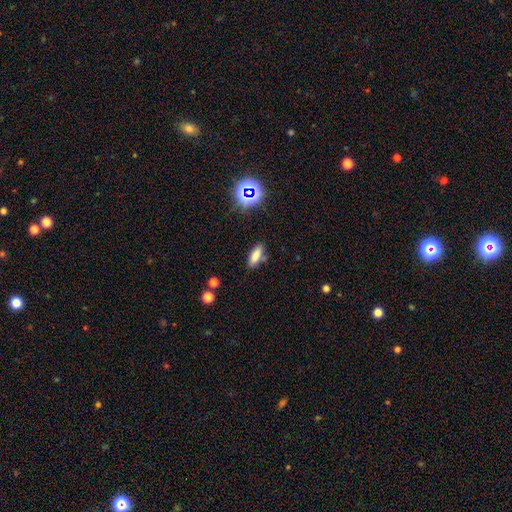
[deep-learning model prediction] Smooth or featured: smooth — 76% (star or artifact — 13%)
How rounded: in between — 65% (cigar-shaped — 32%)
Merging: none — 75% (minor disturbance — 15%)